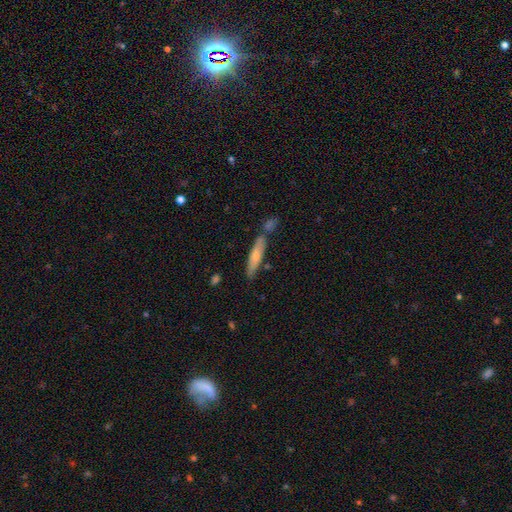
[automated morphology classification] The model was most divided on "smooth or featured": smooth: 66%, featured or disk: 28%, star or artifact: 6%. More confident: how rounded — cigar-shaped (82%); merging — none (67%).